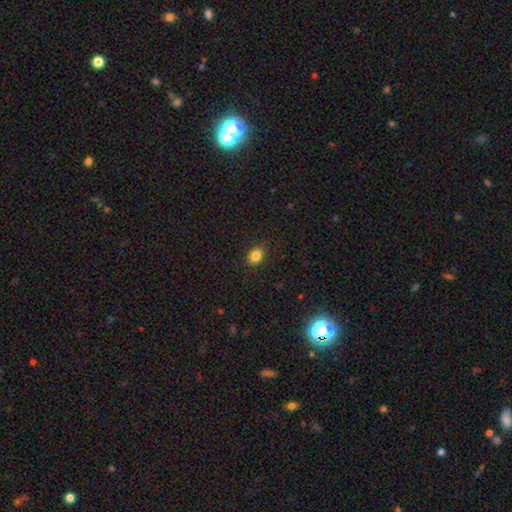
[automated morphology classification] Q: Smooth or featured?
A: smooth (84%); runner-up: star or artifact (11%)
Q: How rounded?
A: in between (69%); runner-up: round (30%)
Q: Merging?
A: none (87%); runner-up: minor disturbance (10%)